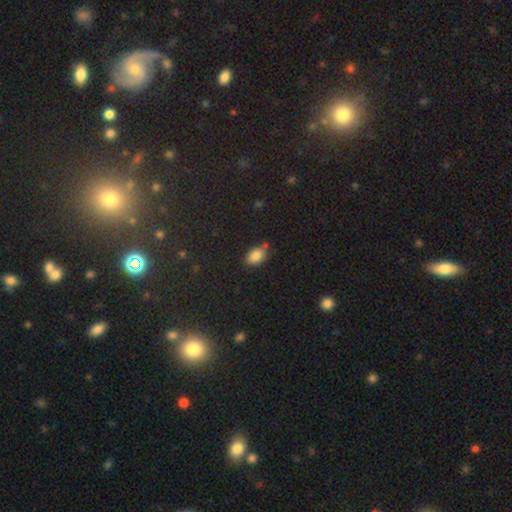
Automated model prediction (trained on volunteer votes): Morphology: type=smooth (83%); roundness=in between (81%); merging=none (61%).